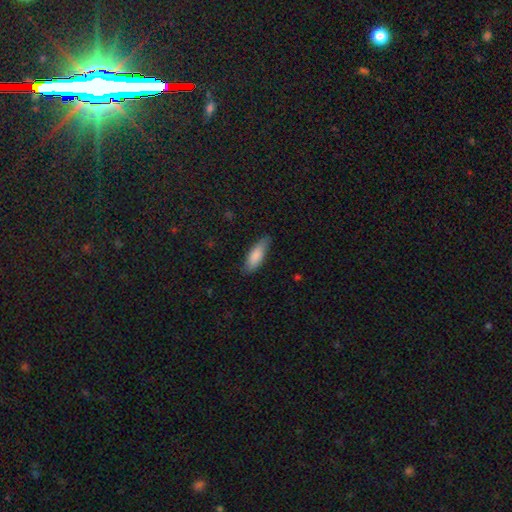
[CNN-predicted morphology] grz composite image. It shows a smooth galaxy with no disk features (85%) that is in between round and cigar-shaped (60%). Merging: none (79%).